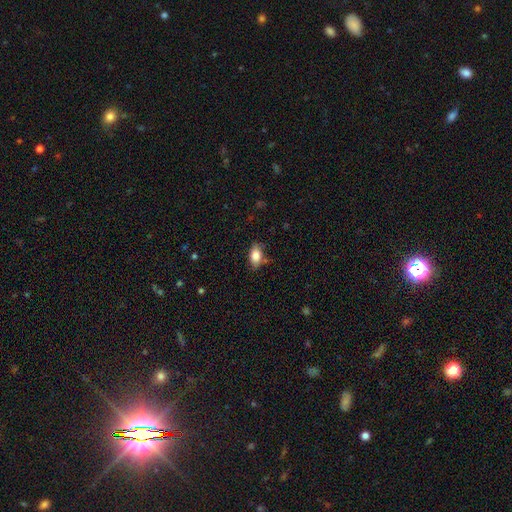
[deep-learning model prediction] Q: Smooth or featured?
A: smooth (83%); runner-up: featured or disk (9%)
Q: How rounded?
A: in between (88%); runner-up: round (8%)
Q: Merging?
A: none (77%); runner-up: minor disturbance (17%)